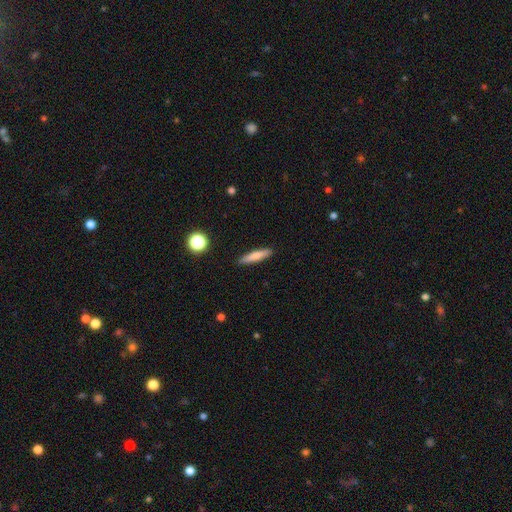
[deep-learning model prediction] Smooth or featured?
  - smooth: 72% *
  - featured or disk: 20%
  - star or artifact: 7%
How rounded?
  - cigar-shaped: 88% *
  - in between: 10%
  - round: 2%
Merging?
  - none: 90% *
  - minor disturbance: 7%
  - major disturbance: 2%
  - merger: 1%